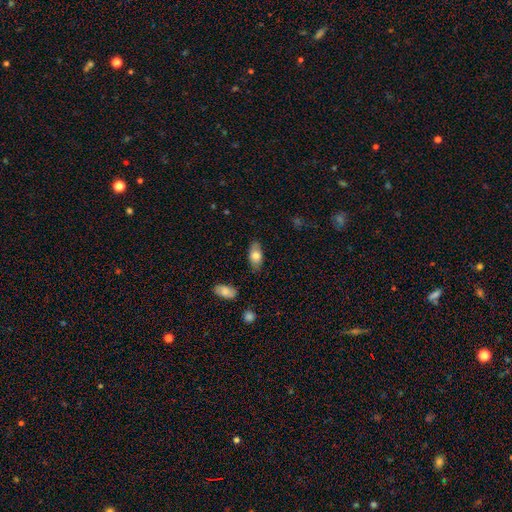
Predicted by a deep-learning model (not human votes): Smooth or featured?
  - smooth: 74% *
  - featured or disk: 19%
  - star or artifact: 7%
How rounded?
  - in between: 90% *
  - cigar-shaped: 6%
  - round: 4%
Merging?
  - none: 79% *
  - minor disturbance: 17%
  - major disturbance: 3%
  - merger: 2%